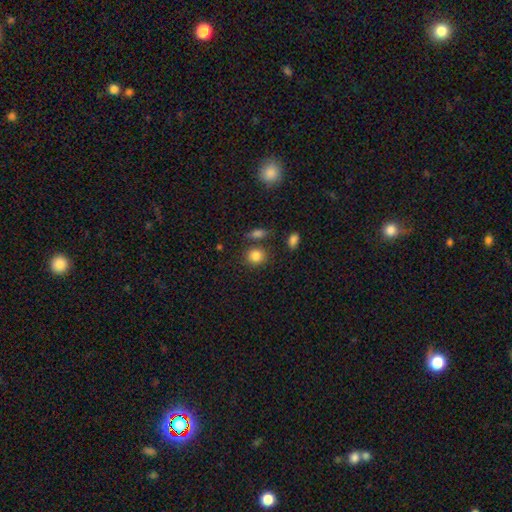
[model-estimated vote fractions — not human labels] Overall: smooth (84%). How rounded: round (76%). Merging: none (74%).